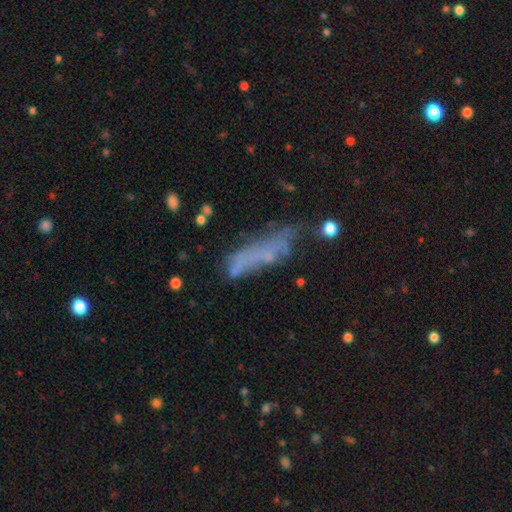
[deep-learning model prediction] smooth-or-featured: smooth: 46% | featured or disk: 34% | star or artifact: 20%
  merging: none: 58% | minor disturbance: 23% | major disturbance: 13% | merger: 6%